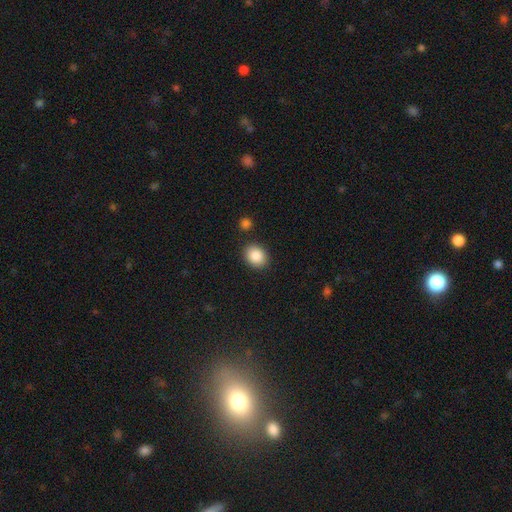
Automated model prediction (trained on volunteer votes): Smooth or featured: smooth — 88% (star or artifact — 8%)
How rounded: in between — 52% (round — 48%)
Merging: none — 85% (minor disturbance — 9%)